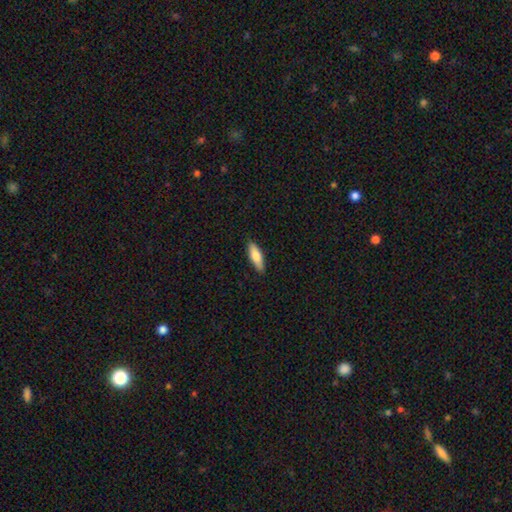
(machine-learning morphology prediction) The model was most divided on "how rounded": in between: 51%, cigar-shaped: 47%, round: 2%. More confident: merging — none (89%); smooth or featured — smooth (73%).